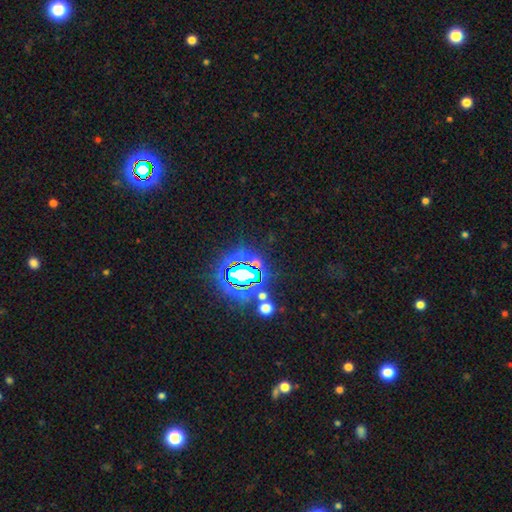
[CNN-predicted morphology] Smooth or featured: star or artifact — 82% (smooth — 11%)